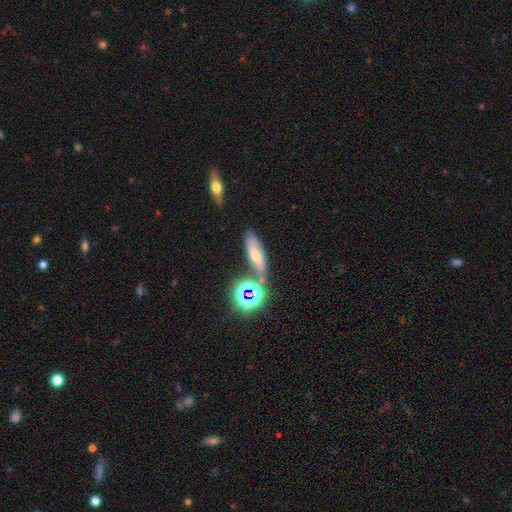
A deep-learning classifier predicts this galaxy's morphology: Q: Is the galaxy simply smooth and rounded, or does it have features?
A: smooth — 43%.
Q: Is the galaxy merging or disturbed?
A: none — 71%.